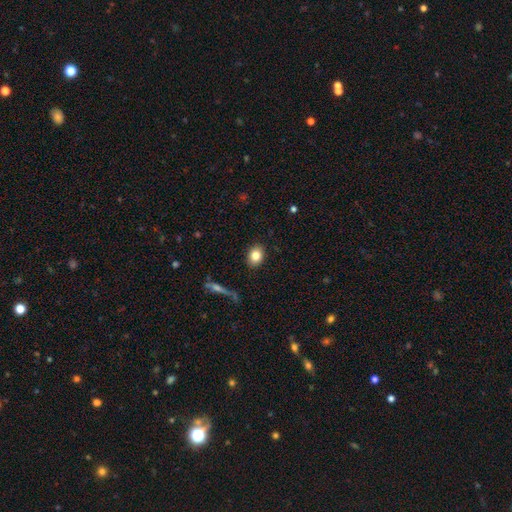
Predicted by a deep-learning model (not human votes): smooth_or_featured: smooth (p=0.83) [alt: featured or disk p=0.09]
how_rounded: in between (p=0.59) [alt: round p=0.39]
merging: none (p=0.89) [alt: minor disturbance p=0.08]